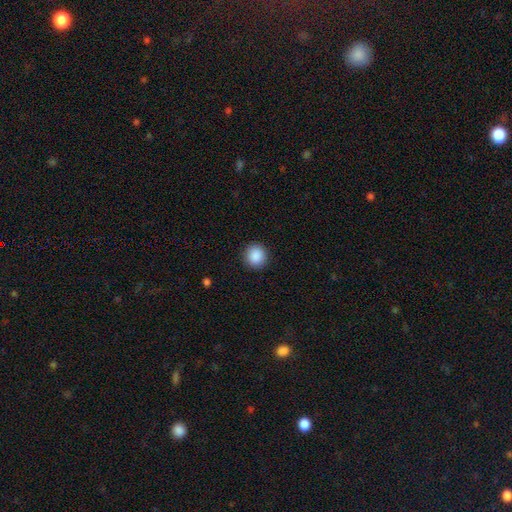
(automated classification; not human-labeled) smooth 89%, star or artifact 8%, featured or disk 3%. Down the decision tree: how rounded — round (89%); merging — none (92%).